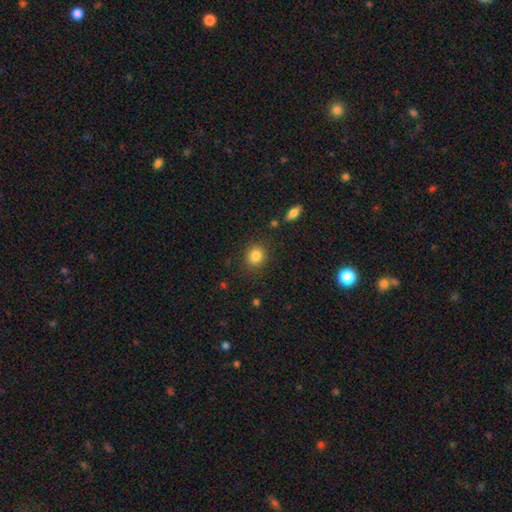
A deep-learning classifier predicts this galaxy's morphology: smooth-or-featured: smooth: 85% | star or artifact: 10% | featured or disk: 5%
  how-rounded: round: 71% | in between: 28% | cigar-shaped: 1%
  merging: none: 84% | minor disturbance: 11% | major disturbance: 3% | merger: 2%